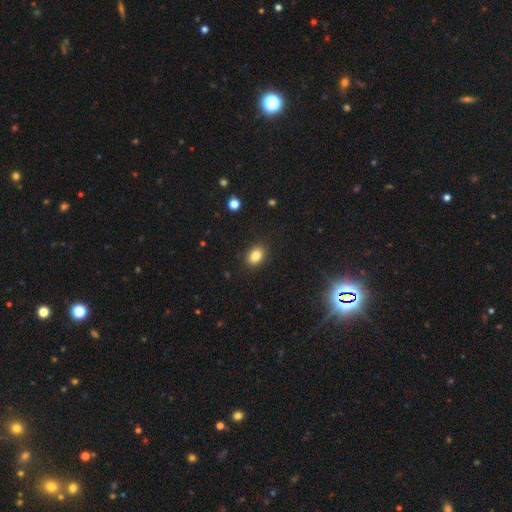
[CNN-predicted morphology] The model was most divided on "how rounded": in between: 77%, round: 22%, cigar-shaped: 1%. More confident: merging — none (88%); smooth or featured — smooth (84%).